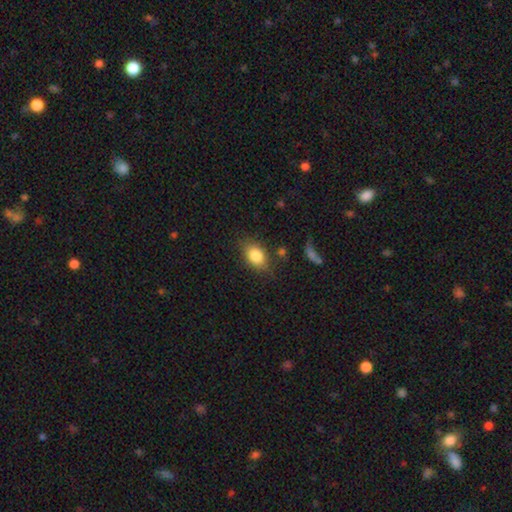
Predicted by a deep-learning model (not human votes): Q: Smooth or featured?
A: smooth (84%); runner-up: featured or disk (8%)
Q: How rounded?
A: in between (79%); runner-up: round (19%)
Q: Merging?
A: none (76%); runner-up: minor disturbance (15%)